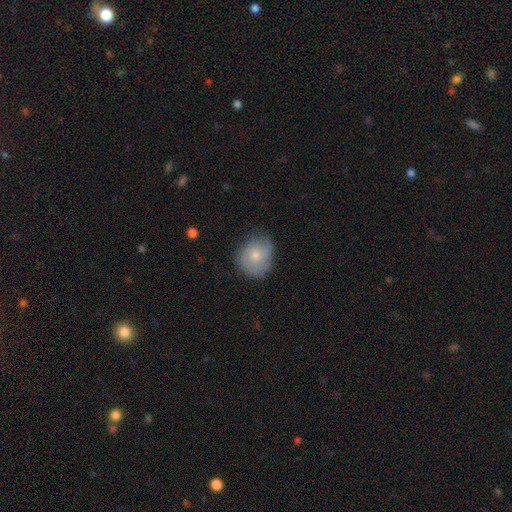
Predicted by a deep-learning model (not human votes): A smooth galaxy with no disk features (54%) that is round (67%).

Vote fractions:
- Smooth or featured? smooth: 54% / featured or disk: 38% / star or artifact: 7%
- How rounded? round: 67% / in between: 32% / cigar-shaped: 1%
- Merging? none: 60% / minor disturbance: 29% / major disturbance: 9% / merger: 1%